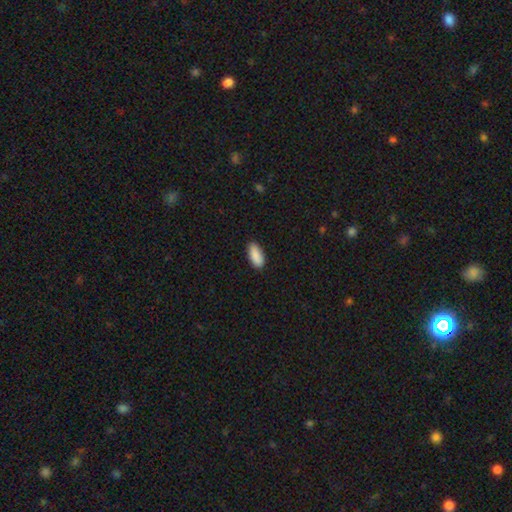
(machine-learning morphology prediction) smooth_or_featured: smooth (p=0.90) [alt: star or artifact p=0.06]
how_rounded: in between (p=0.87) [alt: cigar-shaped p=0.11]
merging: none (p=0.86) [alt: minor disturbance p=0.11]